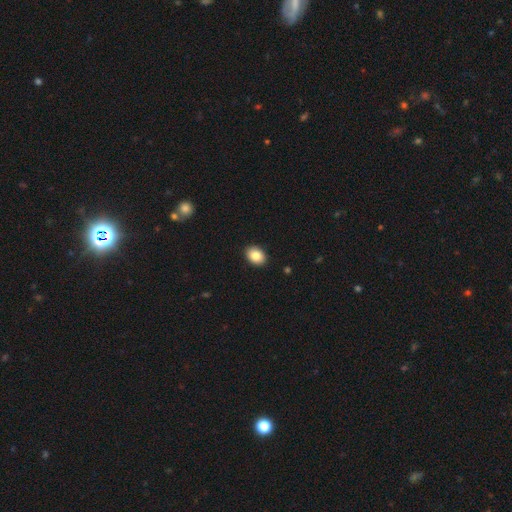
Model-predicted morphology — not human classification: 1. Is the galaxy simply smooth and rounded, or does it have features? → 85% smooth, 8% star or artifact, 7% featured or disk.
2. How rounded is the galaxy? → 76% in between, 23% round, 1% cigar-shaped.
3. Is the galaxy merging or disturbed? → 91% none, 7% minor disturbance, 2% major disturbance, 1% merger.